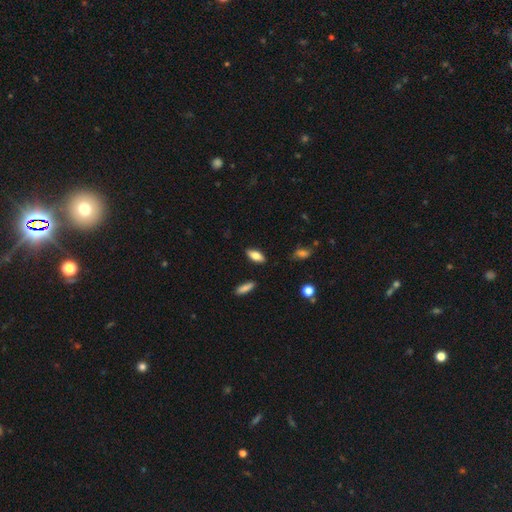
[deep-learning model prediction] A smooth galaxy with no disk features (78%) that is in between round and cigar-shaped (78%).

Vote fractions:
- Smooth or featured? smooth: 78% / featured or disk: 15% / star or artifact: 7%
- How rounded? in between: 78% / cigar-shaped: 19% / round: 3%
- Merging? none: 86% / minor disturbance: 10% / major disturbance: 2% / merger: 2%